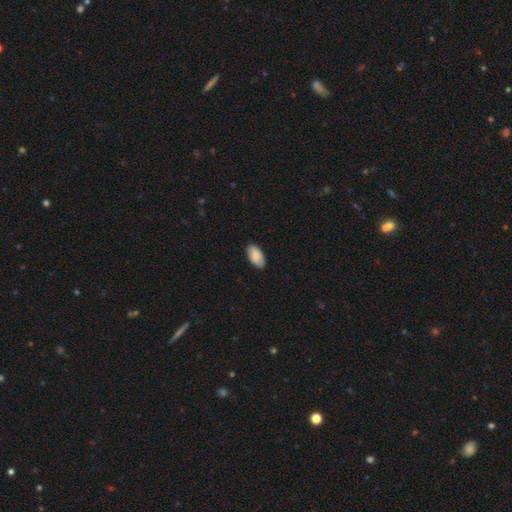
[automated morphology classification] smooth 86%, featured or disk 8%, star or artifact 6%. Down the decision tree: how rounded — in between (95%); merging — none (88%).